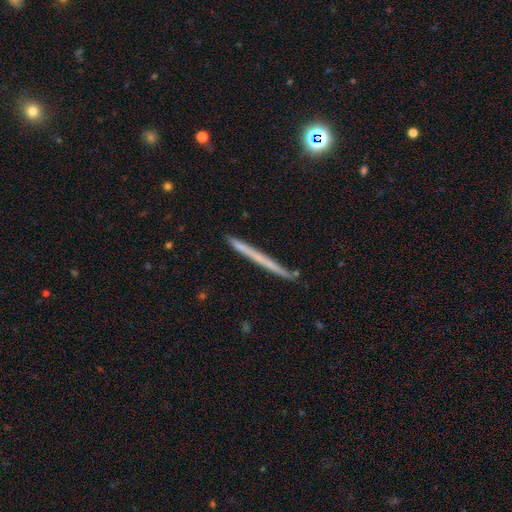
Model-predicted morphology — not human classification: This appears to be a smooth galaxy with no disk features (50%). Merging: none (88%).